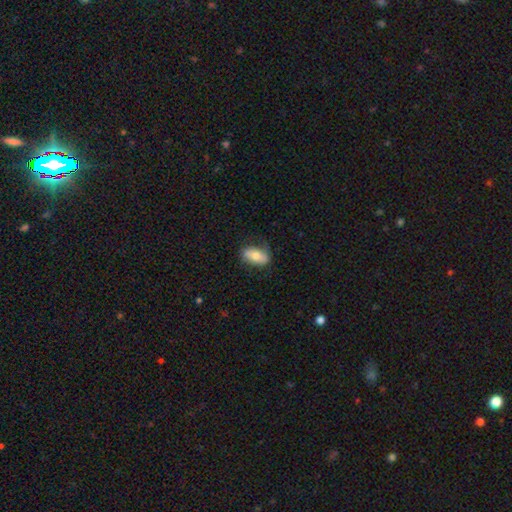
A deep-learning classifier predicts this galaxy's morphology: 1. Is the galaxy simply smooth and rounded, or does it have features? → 68% smooth, 25% featured or disk, 7% star or artifact.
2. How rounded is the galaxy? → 87% in between, 9% cigar-shaped, 4% round.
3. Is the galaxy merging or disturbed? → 69% none, 23% minor disturbance, 7% major disturbance, 1% merger.